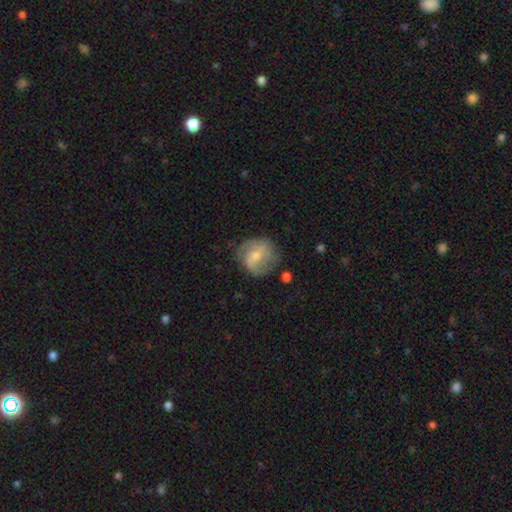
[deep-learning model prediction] Overall: featured or disk (48%; smooth 45%). Merging: none (58%; minor disturbance 27%).